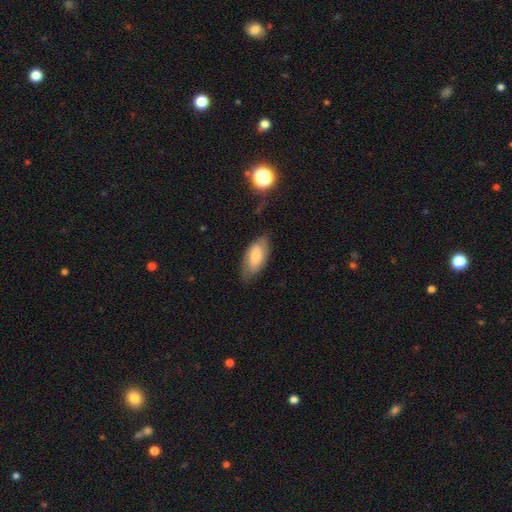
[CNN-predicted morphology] smooth-or-featured: smooth: 69% | featured or disk: 24% | star or artifact: 7%
  how-rounded: in between: 90% | cigar-shaped: 8% | round: 2%
  merging: none: 68% | minor disturbance: 24% | major disturbance: 6% | merger: 2%